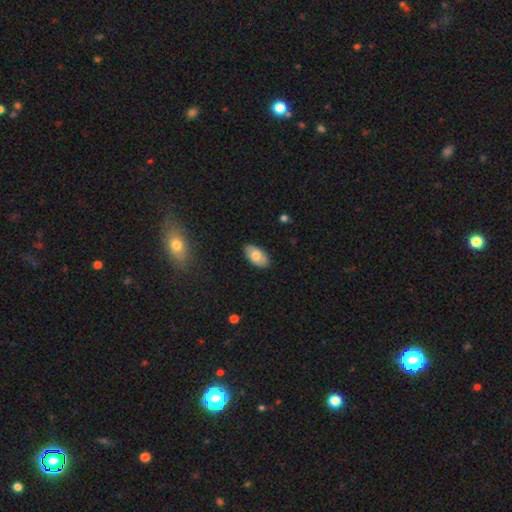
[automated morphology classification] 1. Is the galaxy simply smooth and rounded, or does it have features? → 71% smooth, 22% featured or disk, 7% star or artifact.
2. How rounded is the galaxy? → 94% in between, 4% round, 2% cigar-shaped.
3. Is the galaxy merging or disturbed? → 84% none, 13% minor disturbance, 2% major disturbance, 1% merger.